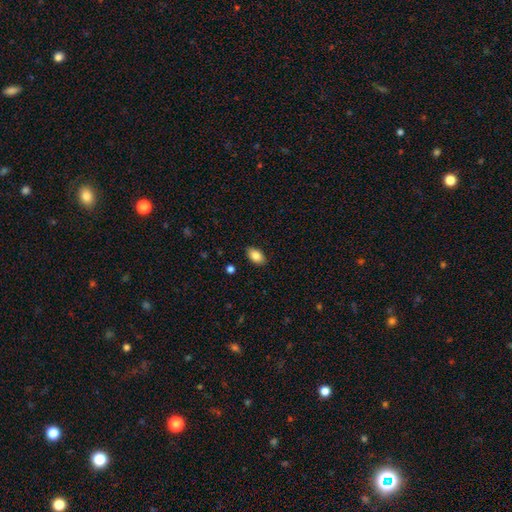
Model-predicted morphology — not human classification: A smooth galaxy with no disk features (86%) that is in between round and cigar-shaped (91%). Merging: none (87%).